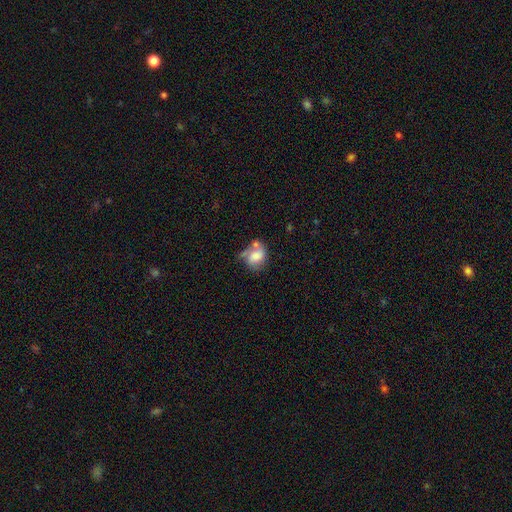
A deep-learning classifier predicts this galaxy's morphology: Smooth or featured: smooth — 61% (featured or disk — 30%)
How rounded: in between — 50% (round — 49%)
Merging: none — 33% (merger — 26%)